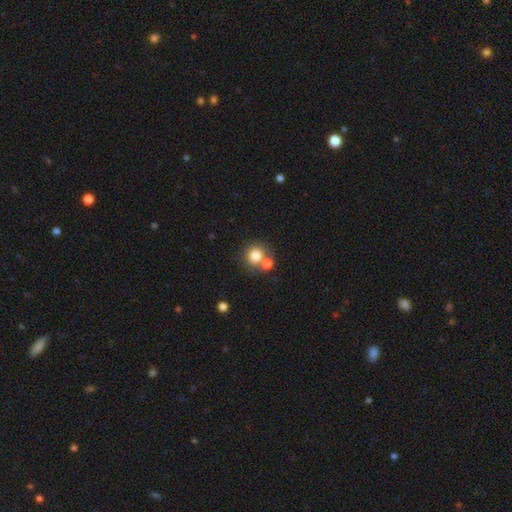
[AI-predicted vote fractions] Morphology: type=smooth (81%); roundness=round (87%); merging=none (54%).